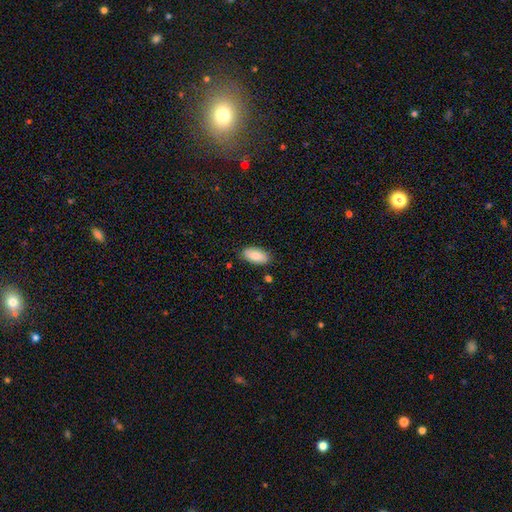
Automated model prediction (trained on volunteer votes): Overall: smooth (85%). How rounded: in between (92%). Merging: none (84%).